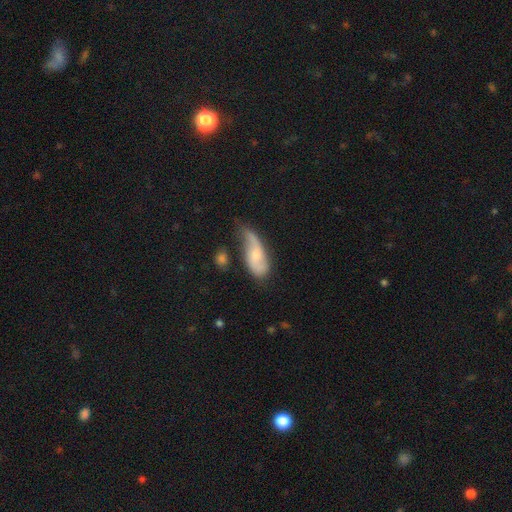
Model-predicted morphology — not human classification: Smooth or featured?
  - featured or disk: 54% *
  - smooth: 39%
  - star or artifact: 7%
Edge-on disk?
  - no: 89% *
  - yes: 11%
Merging?
  - none: 41% *
  - minor disturbance: 37%
  - major disturbance: 17%
  - merger: 6%